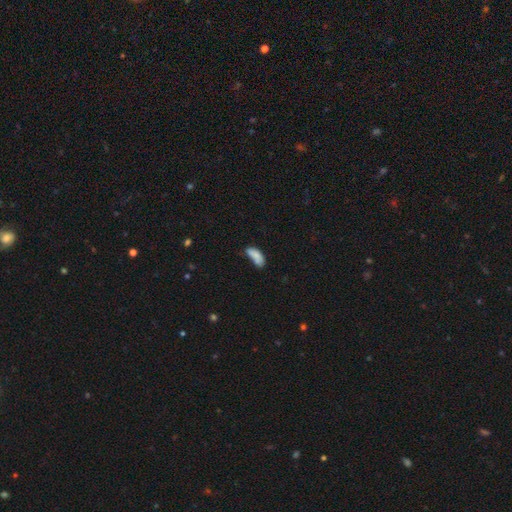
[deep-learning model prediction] A smooth galaxy with no disk features (78%) that is in between round and cigar-shaped (82%).

Vote fractions:
- Smooth or featured? smooth: 78% / featured or disk: 13% / star or artifact: 9%
- How rounded? in between: 82% / cigar-shaped: 15% / round: 3%
- Merging? none: 38% / minor disturbance: 31% / merger: 18% / major disturbance: 14%